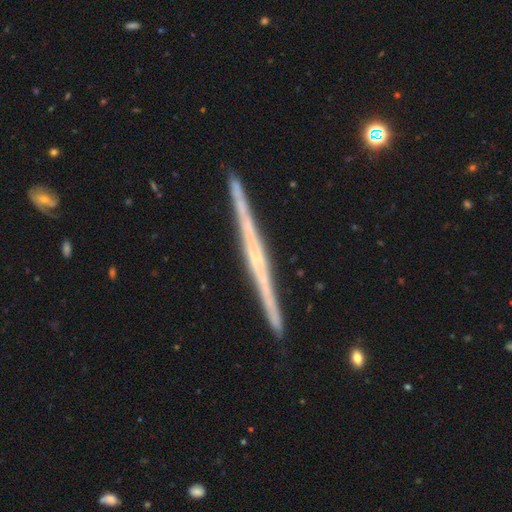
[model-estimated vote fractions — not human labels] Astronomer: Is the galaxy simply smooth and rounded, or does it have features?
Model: featured or disk — 79%.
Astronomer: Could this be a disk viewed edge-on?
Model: yes — 98%.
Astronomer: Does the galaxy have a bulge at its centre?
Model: none — 57% (runner-up: rounded, 34%).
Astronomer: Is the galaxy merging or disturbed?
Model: none — 91%.